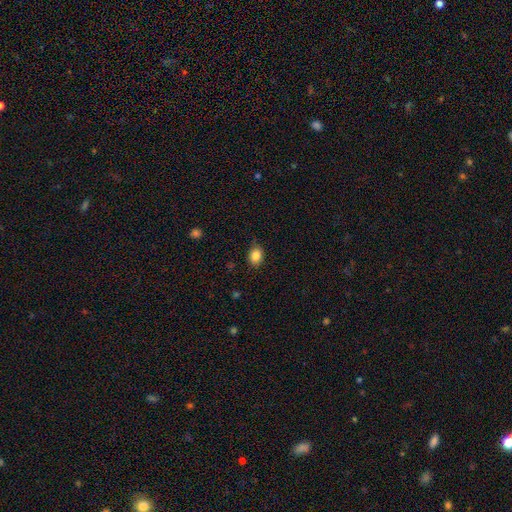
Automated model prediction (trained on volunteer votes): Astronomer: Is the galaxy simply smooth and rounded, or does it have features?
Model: smooth — 86%.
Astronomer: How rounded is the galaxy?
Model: in between — 60% (runner-up: round, 39%).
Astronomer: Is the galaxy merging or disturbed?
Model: none — 80%.